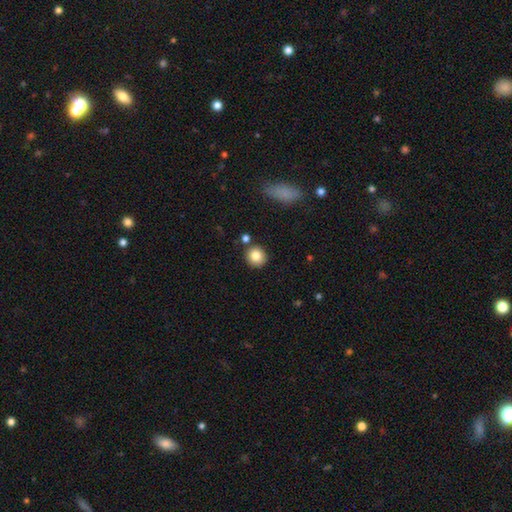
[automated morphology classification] Smooth or featured? smooth (82%)
How rounded? round (89%)
Merging? none (83%)